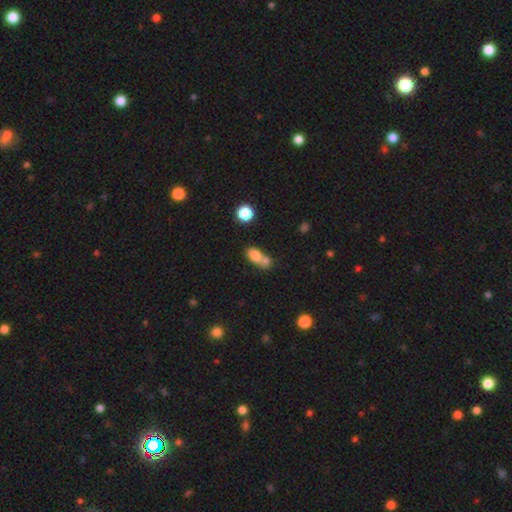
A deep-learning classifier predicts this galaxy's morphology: smooth_or_featured: smooth (p=0.77) [alt: featured or disk p=0.12]
how_rounded: in between (p=0.72) [alt: round p=0.23]
merging: merger (p=0.55) [alt: none p=0.31]